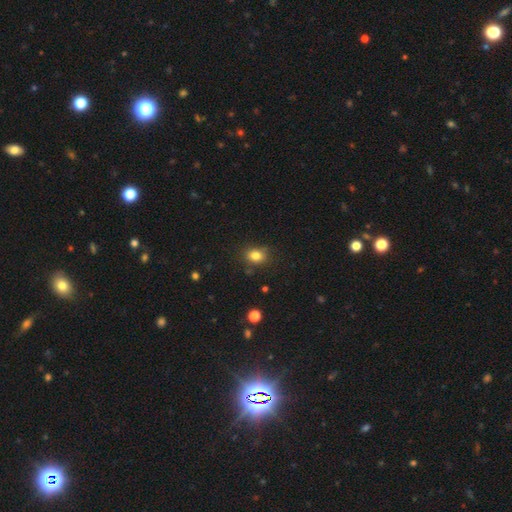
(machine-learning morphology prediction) type=smooth (82%); roundness=round (52%); merging=none (81%).